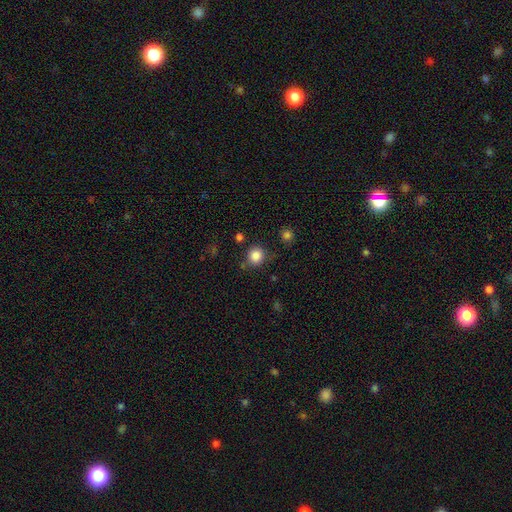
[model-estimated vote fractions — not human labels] Morphology: type=smooth (85%); roundness=round (91%); merging=none (82%).